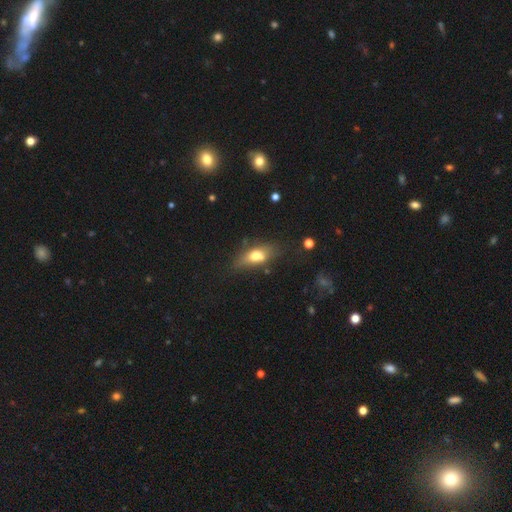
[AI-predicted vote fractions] smooth_or_featured: smooth (p=0.65) [alt: featured or disk p=0.25]
how_rounded: in between (p=0.77) [alt: cigar-shaped p=0.15]
merging: none (p=0.55) [alt: minor disturbance p=0.27]